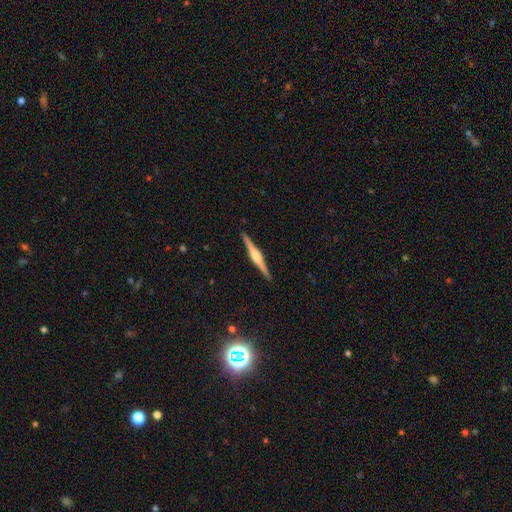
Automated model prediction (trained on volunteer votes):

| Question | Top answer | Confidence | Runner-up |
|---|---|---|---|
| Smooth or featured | featured or disk | 79% | smooth (16%) |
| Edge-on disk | yes | 99% | no (1%) |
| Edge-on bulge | rounded | 79% | boxy (16%) |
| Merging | none | 92% | minor disturbance (6%) |